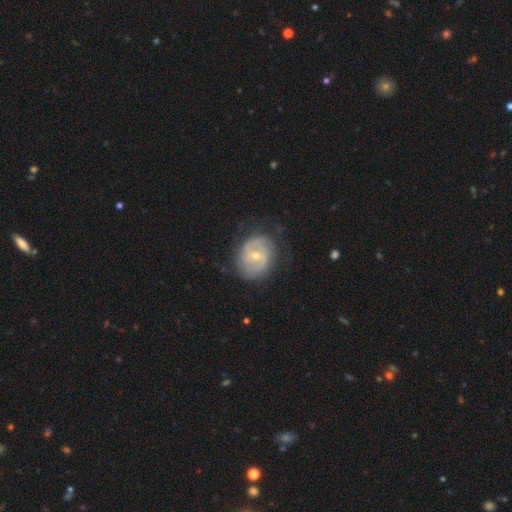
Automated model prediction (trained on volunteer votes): Q: Smooth or featured?
A: featured or disk (75%); runner-up: smooth (20%)
Q: Edge-on disk?
A: no (97%); runner-up: yes (3%)
Q: Bar?
A: weak (52%); runner-up: no (29%)
Q: Spiral arms?
A: yes (79%); runner-up: no (21%)
Q: Spiral winding?
A: tight (46%); runner-up: medium (37%)
Q: Spiral arm count?
A: 2 (62%); runner-up: can't tell (25%)
Q: Bulge size?
A: moderate (52%); runner-up: small (45%)
Q: Merging?
A: none (70%); runner-up: minor disturbance (19%)